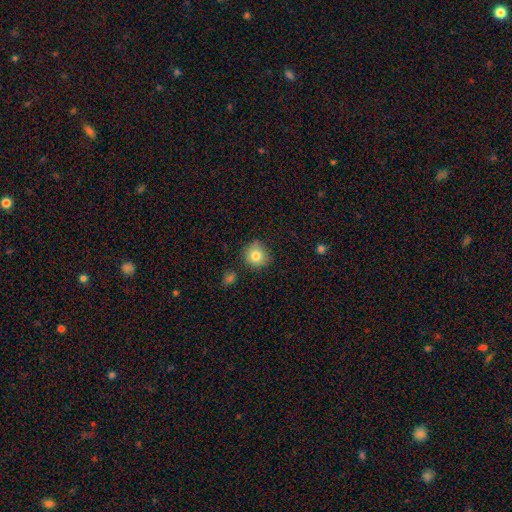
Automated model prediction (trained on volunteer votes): Morphology: type=smooth (81%); roundness=round (89%); merging=none (78%).